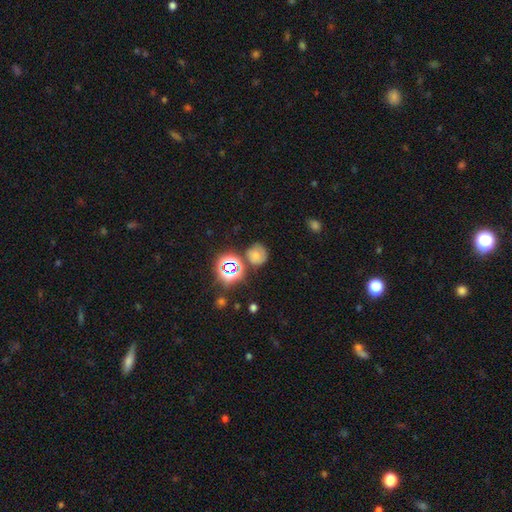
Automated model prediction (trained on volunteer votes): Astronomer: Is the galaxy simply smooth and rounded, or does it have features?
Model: smooth — 58%.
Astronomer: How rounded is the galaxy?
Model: round — 83%.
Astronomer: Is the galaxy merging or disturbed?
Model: none — 67%.